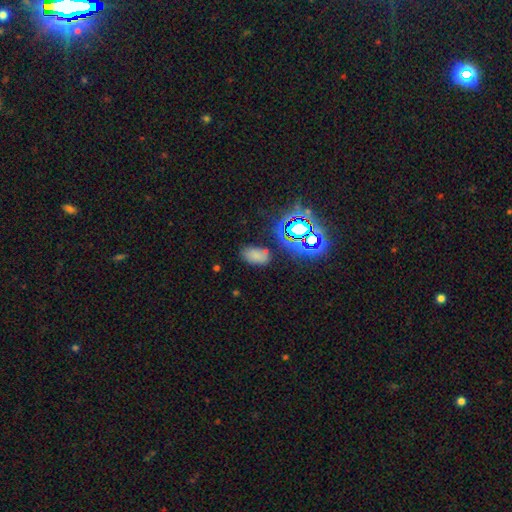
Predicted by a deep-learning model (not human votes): smooth 67%, star or artifact 25%, featured or disk 8%. Down the decision tree: how rounded — in between (91%); merging — none (73%).